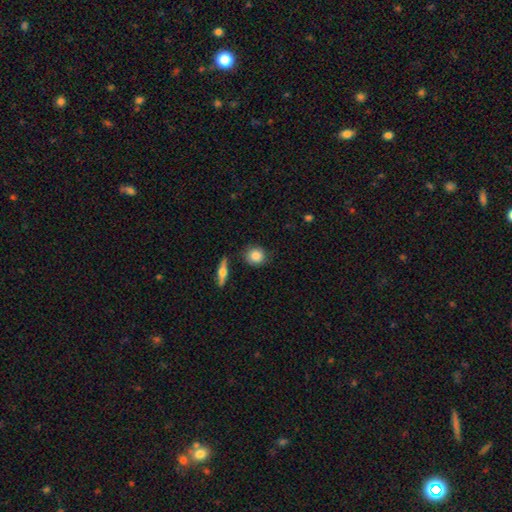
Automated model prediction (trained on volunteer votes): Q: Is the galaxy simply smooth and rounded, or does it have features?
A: smooth — 83%.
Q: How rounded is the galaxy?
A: round — 84%.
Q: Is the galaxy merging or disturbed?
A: none — 81%.